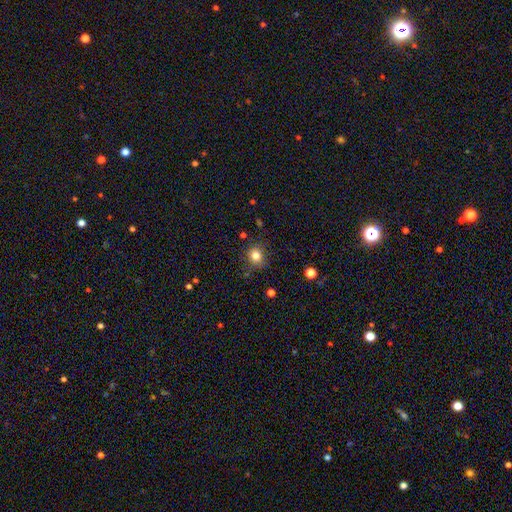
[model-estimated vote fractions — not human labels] A smooth galaxy with no disk features (82%) that is round (78%).

Vote fractions:
- Smooth or featured? smooth: 82% / star or artifact: 12% / featured or disk: 6%
- How rounded? round: 78% / in between: 21% / cigar-shaped: 1%
- Merging? none: 83% / minor disturbance: 12% / major disturbance: 3% / merger: 2%